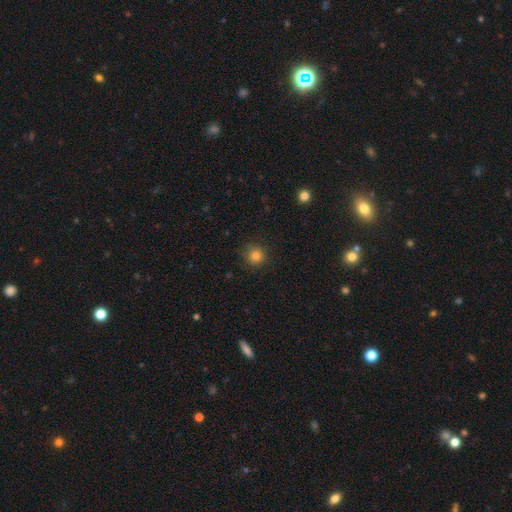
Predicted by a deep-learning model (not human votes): Smooth or featured: smooth — 82% (star or artifact — 13%)
How rounded: round — 94% (in between — 6%)
Merging: none — 88% (minor disturbance — 9%)